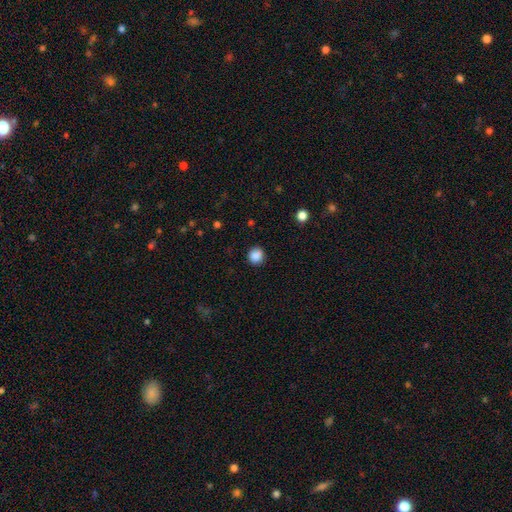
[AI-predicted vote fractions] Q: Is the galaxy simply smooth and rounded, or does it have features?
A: smooth — 87%.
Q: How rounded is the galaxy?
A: round — 92%.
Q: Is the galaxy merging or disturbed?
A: none — 90%.